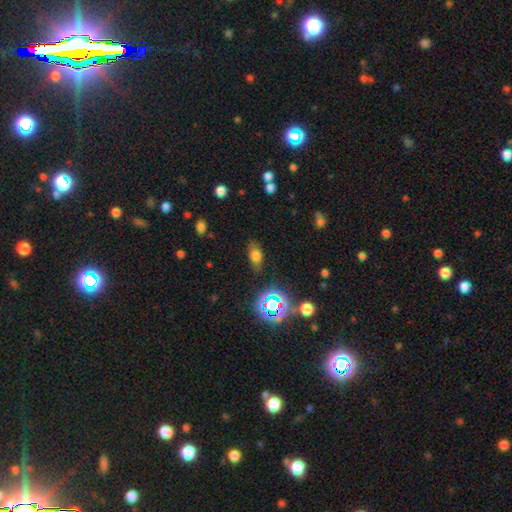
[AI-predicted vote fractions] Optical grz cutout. It shows a smooth galaxy with no disk features (66%) that is in between round and cigar-shaped (80%). Merging: none (79%).